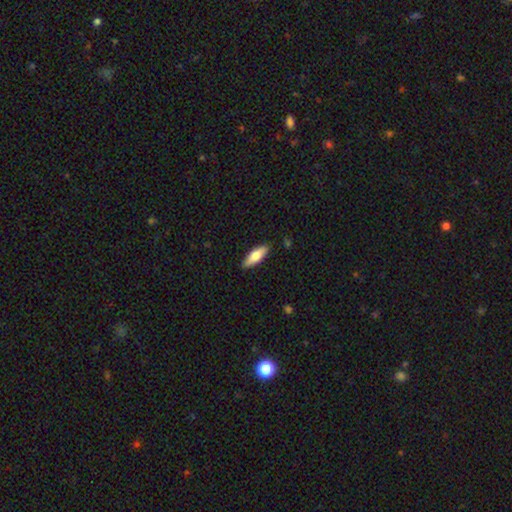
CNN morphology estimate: Smooth or featured: smooth — 72% (featured or disk — 22%)
How rounded: in between — 56% (cigar-shaped — 42%)
Merging: none — 88% (minor disturbance — 10%)